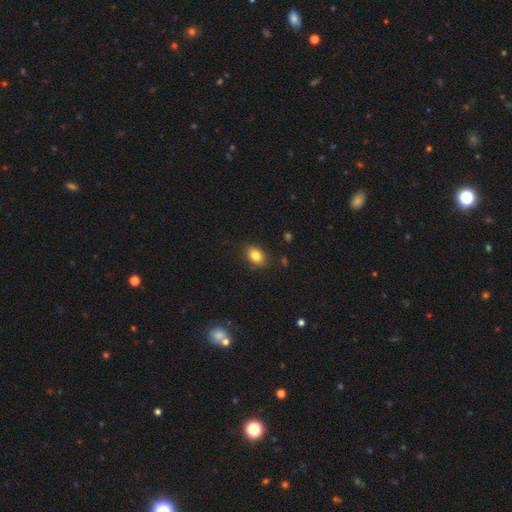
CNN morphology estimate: Smooth or featured?
  - smooth: 83% *
  - star or artifact: 10%
  - featured or disk: 7%
How rounded?
  - in between: 71% *
  - round: 28%
  - cigar-shaped: 1%
Merging?
  - none: 86% *
  - minor disturbance: 11%
  - major disturbance: 2%
  - merger: 1%